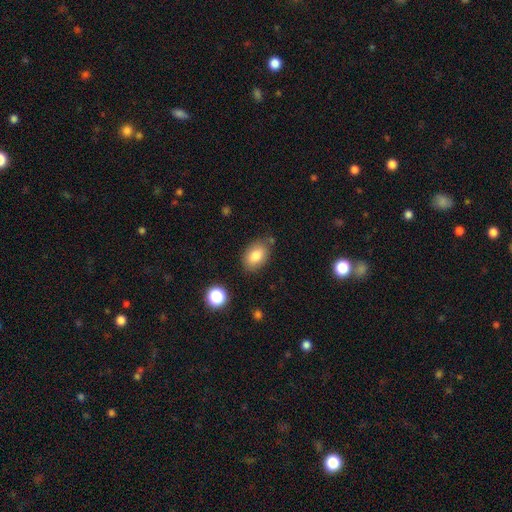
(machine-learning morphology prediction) A smooth galaxy with no disk features (83%) that is in between round and cigar-shaped (86%).

Vote fractions:
- Smooth or featured? smooth: 83% / featured or disk: 9% / star or artifact: 8%
- How rounded? in between: 86% / round: 13% / cigar-shaped: 1%
- Merging? none: 76% / minor disturbance: 16% / merger: 5% / major disturbance: 4%